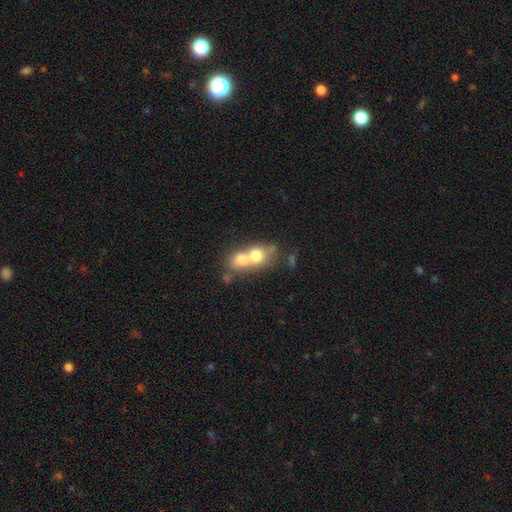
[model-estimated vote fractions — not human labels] Q: Smooth or featured?
A: smooth (67%); runner-up: featured or disk (23%)
Q: How rounded?
A: round (56%); runner-up: in between (42%)
Q: Merging?
A: merger (74%); runner-up: none (17%)